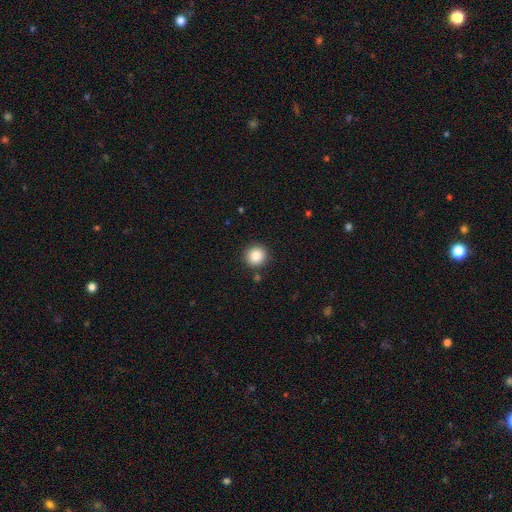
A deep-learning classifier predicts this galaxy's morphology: Smooth or featured: smooth — 83% (star or artifact — 10%)
How rounded: round — 94% (in between — 5%)
Merging: none — 90% (minor disturbance — 6%)